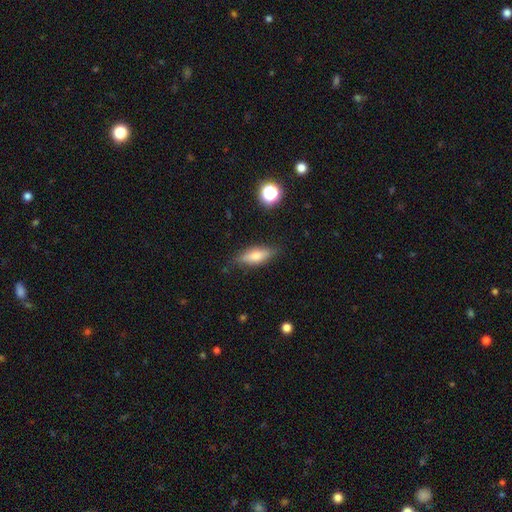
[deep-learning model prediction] A smooth galaxy with no disk features (63%) that is in between round and cigar-shaped (63%).

Vote fractions:
- Smooth or featured? smooth: 63% / featured or disk: 29% / star or artifact: 8%
- How rounded? in between: 63% / cigar-shaped: 33% / round: 3%
- Merging? none: 80% / minor disturbance: 15% / major disturbance: 3% / merger: 2%